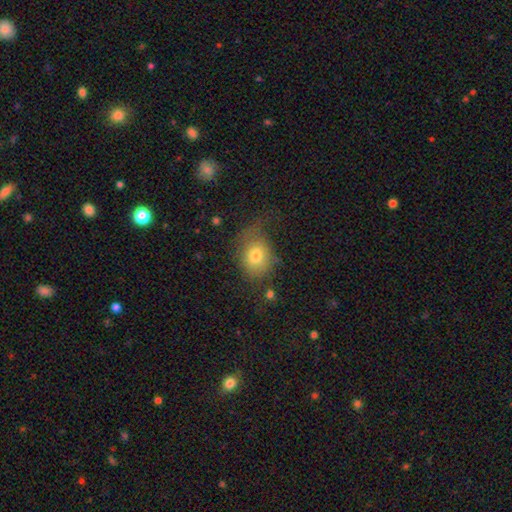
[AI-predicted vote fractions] smooth 75%, featured or disk 14%, star or artifact 11%. Down the decision tree: how rounded — round (54%); merging — none (48%).